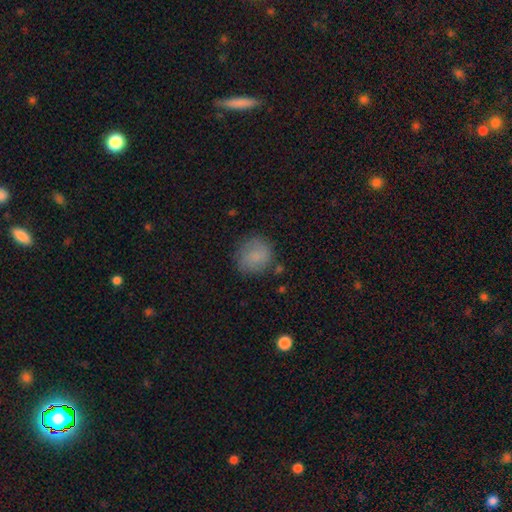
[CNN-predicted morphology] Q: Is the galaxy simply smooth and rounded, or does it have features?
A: smooth — 78%.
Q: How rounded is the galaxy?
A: round — 85%.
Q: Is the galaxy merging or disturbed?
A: none — 74%.